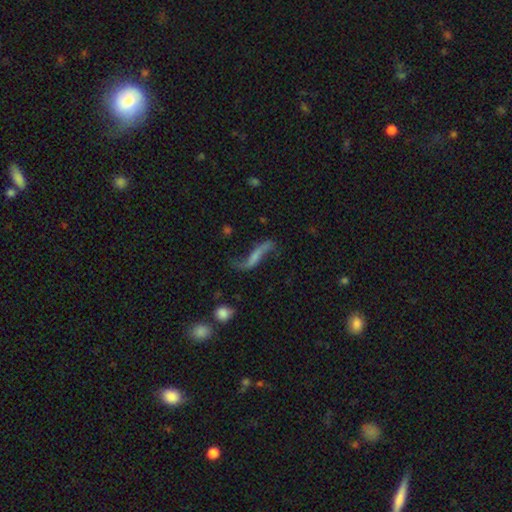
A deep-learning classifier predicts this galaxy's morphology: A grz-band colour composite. It shows a featured or disk galaxy (71%) with no bar (41%), spiral arms (86%) and no central bulge (52%). Merging: none (57%).